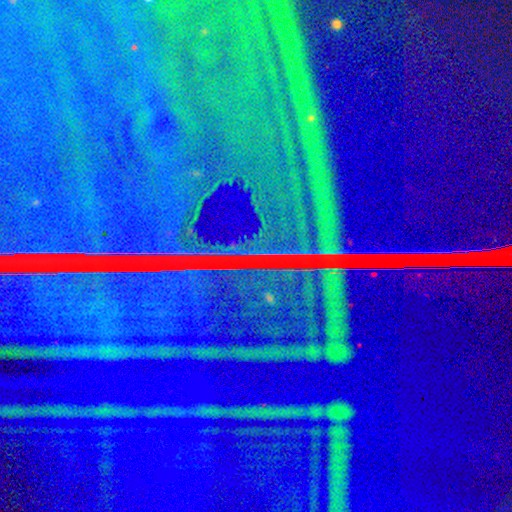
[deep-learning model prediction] A star or artifact, not a galaxy (87%).

Vote fractions:
- Smooth or featured? star or artifact: 87% / featured or disk: 8% / smooth: 4%